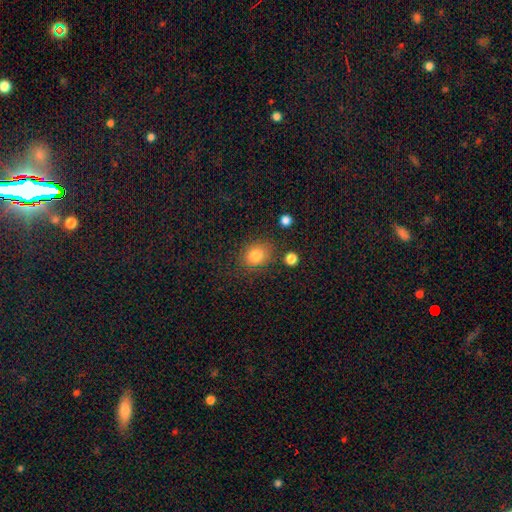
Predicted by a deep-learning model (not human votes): smooth-or-featured: smooth: 82% | star or artifact: 11% | featured or disk: 8%
  how-rounded: round: 54% | in between: 45% | cigar-shaped: 1%
  merging: none: 77% | minor disturbance: 14% | major disturbance: 5% | merger: 4%